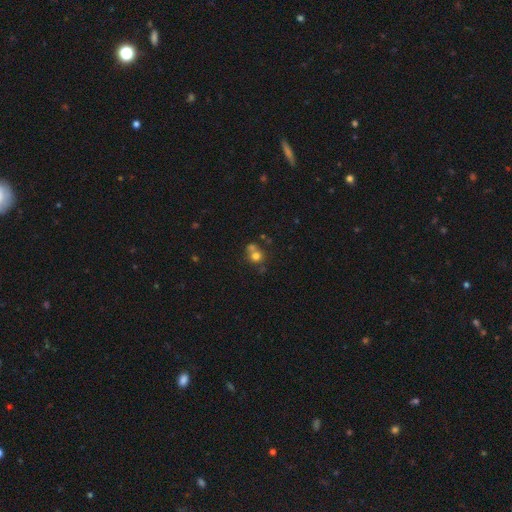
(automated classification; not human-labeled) The model was most divided on "merging": none: 50%, merger: 37%, minor disturbance: 9%, major disturbance: 4%. More confident: how rounded — round (85%); smooth or featured — smooth (70%).